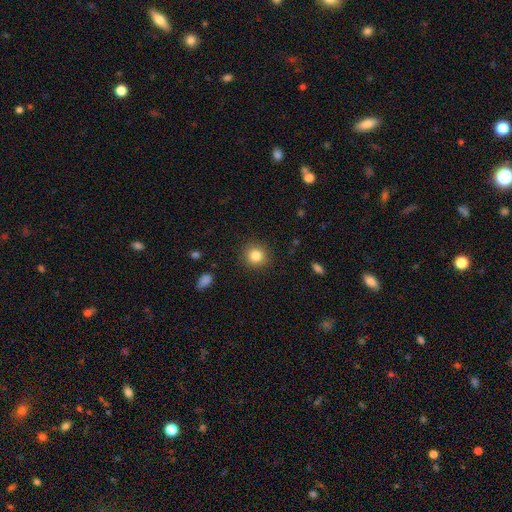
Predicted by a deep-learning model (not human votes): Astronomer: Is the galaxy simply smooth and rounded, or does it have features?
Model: smooth — 84%.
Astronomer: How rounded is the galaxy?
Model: round — 92%.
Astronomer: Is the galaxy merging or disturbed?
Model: none — 90%.